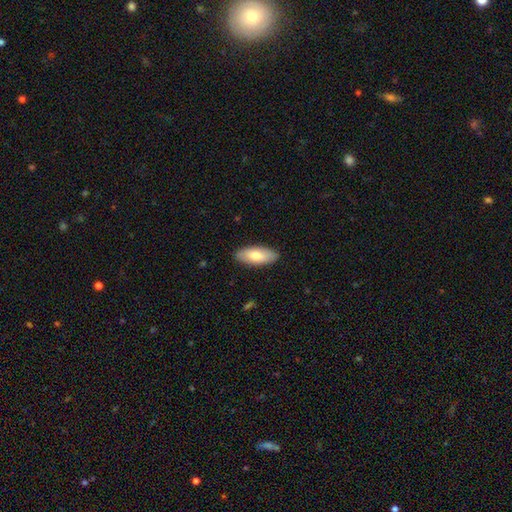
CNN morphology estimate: Q: Smooth or featured?
A: smooth (72%); runner-up: featured or disk (22%)
Q: How rounded?
A: in between (84%); runner-up: cigar-shaped (14%)
Q: Merging?
A: none (89%); runner-up: minor disturbance (8%)